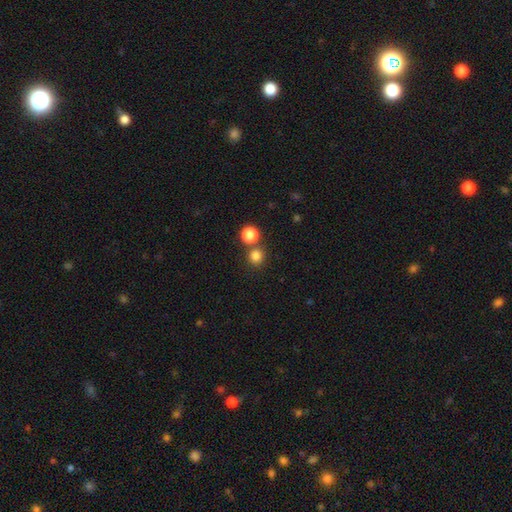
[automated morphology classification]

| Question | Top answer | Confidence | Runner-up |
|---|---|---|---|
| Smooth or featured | smooth | 81% | star or artifact (14%) |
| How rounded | round | 92% | in between (7%) |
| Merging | none | 73% | merger (18%) |